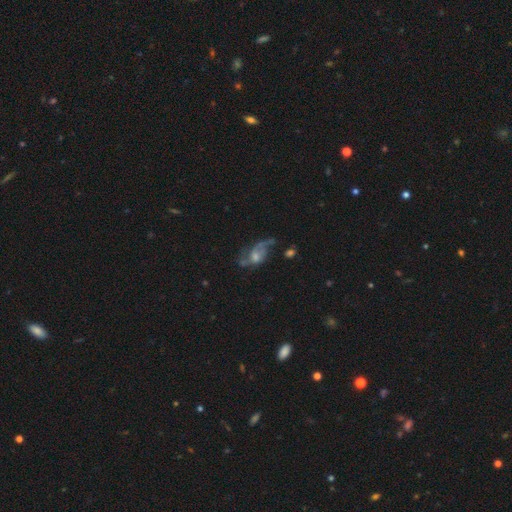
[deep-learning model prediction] Overall: featured or disk (66%). Edge-on disk: no (96%). Bar: no (68%). Spiral arms: yes (76%). Bulge size: moderate (42%; small 34%). Merging: none (36%, tied with major disturbance).